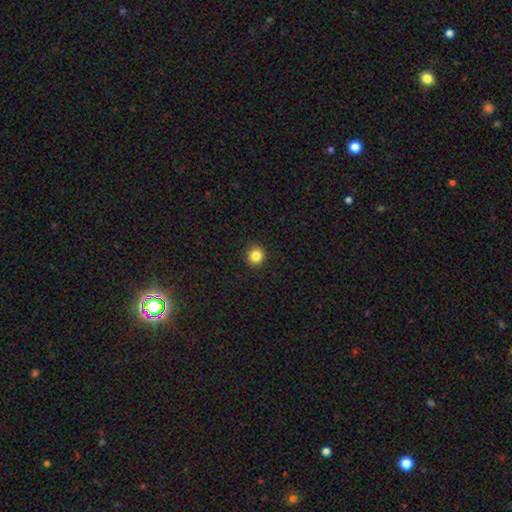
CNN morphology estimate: Smooth or featured: smooth — 84% (star or artifact — 11%)
How rounded: round — 93% (in between — 6%)
Merging: none — 93% (minor disturbance — 5%)